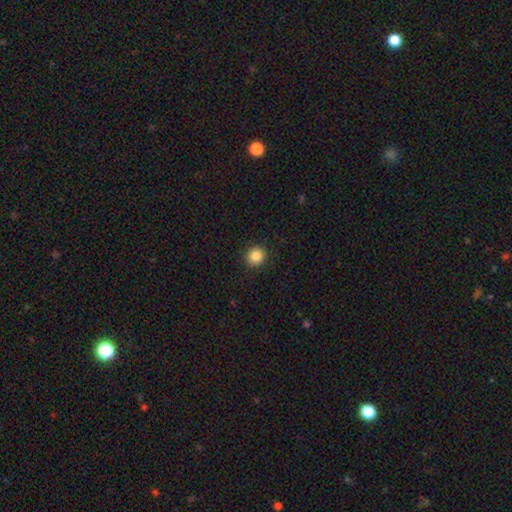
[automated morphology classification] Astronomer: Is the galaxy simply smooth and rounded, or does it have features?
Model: smooth — 86%.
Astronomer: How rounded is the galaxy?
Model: round — 91%.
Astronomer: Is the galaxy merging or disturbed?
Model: none — 92%.